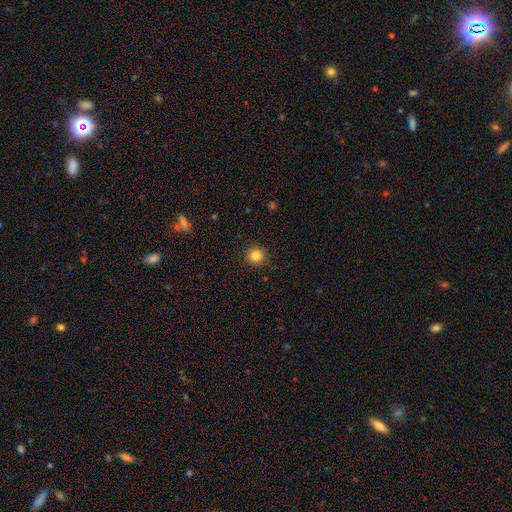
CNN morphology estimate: Smooth or featured? smooth (83%)
How rounded? round (92%)
Merging? none (90%)